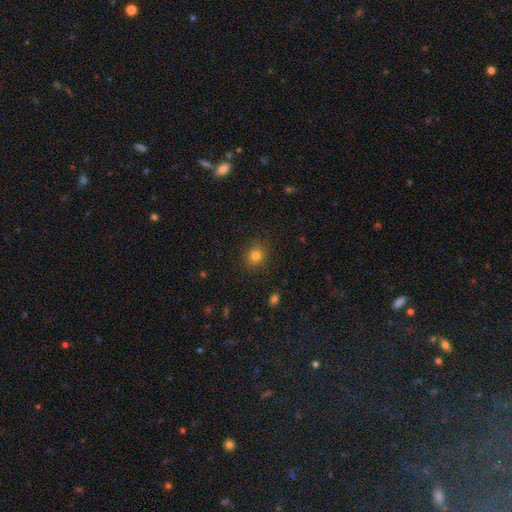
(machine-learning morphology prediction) smooth 80%, star or artifact 13%, featured or disk 6%. Down the decision tree: how rounded — round (78%); merging — none (86%).